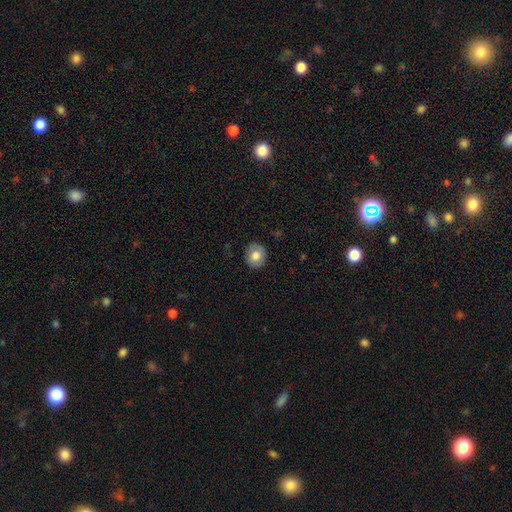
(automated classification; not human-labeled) Morphology: type=smooth (79%); roundness=round (75%); merging=none (88%).